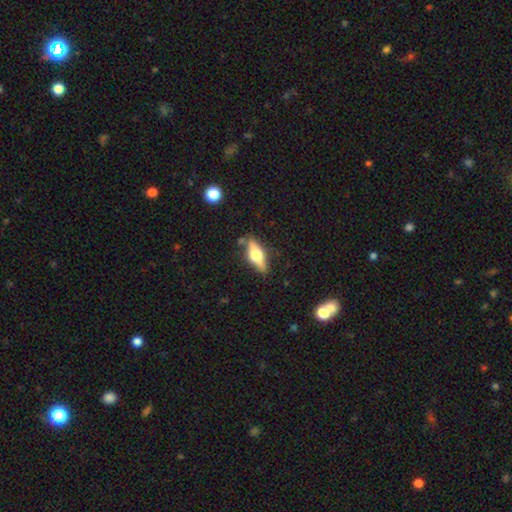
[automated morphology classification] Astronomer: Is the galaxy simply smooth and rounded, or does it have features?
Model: featured or disk — 52% (runner-up: smooth, 41%).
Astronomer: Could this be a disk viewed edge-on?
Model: yes — 90%.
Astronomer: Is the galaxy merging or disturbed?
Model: none — 81%.